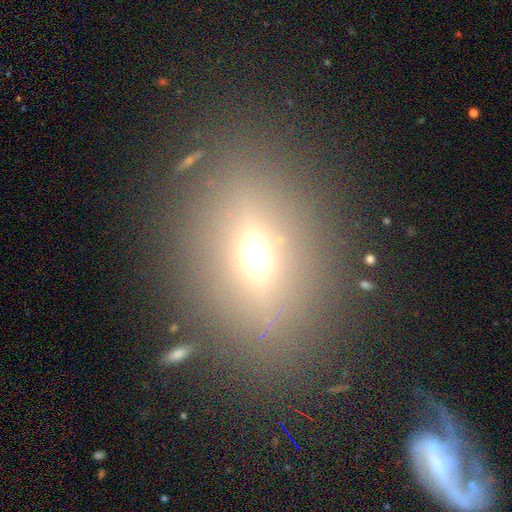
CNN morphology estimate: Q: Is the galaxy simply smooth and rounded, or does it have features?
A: smooth — 52%.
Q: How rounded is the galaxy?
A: in between — 65%.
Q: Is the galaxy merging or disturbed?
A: none — 82%.